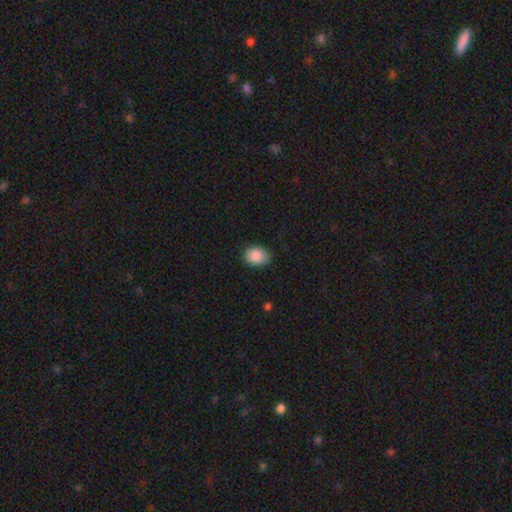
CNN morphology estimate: Smooth or featured? Predicted: smooth (p=0.87). How rounded? Predicted: in between (p=0.69). Merging? Predicted: none (p=0.79).